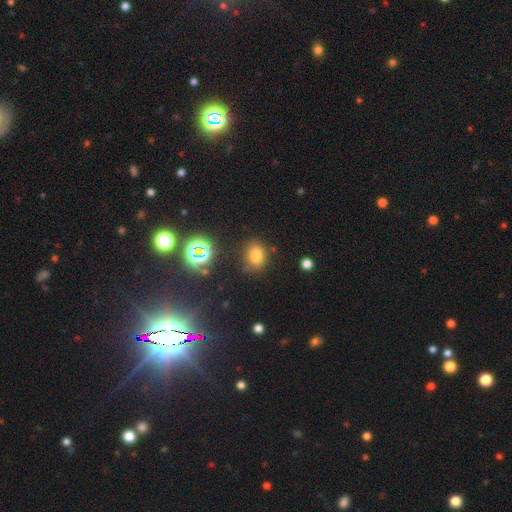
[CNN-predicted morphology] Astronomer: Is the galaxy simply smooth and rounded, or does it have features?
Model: smooth — 73%.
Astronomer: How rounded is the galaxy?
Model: in between — 57% (runner-up: round, 42%).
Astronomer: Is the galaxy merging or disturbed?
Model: none — 78%.